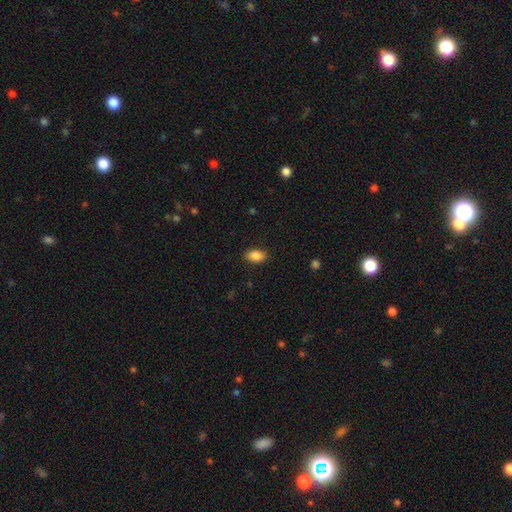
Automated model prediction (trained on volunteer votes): smooth 87%, star or artifact 8%, featured or disk 5%. Down the decision tree: how rounded — in between (91%); merging — none (88%).